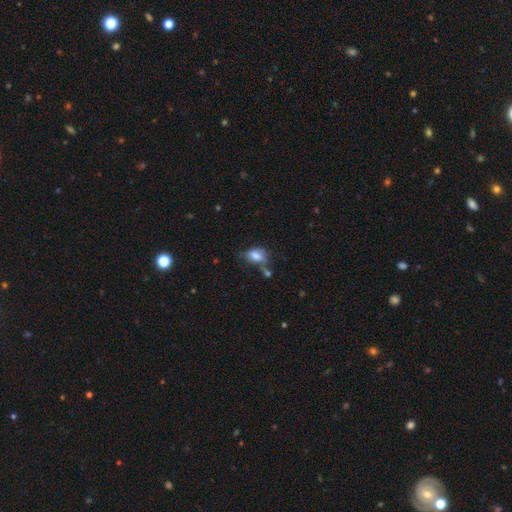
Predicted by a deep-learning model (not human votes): Morphology: type=smooth (74%); roundness=in between (78%); merging=none (37%).